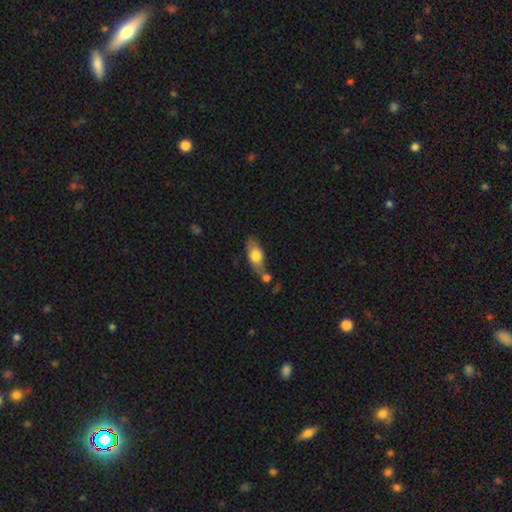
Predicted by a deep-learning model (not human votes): Smooth or featured?
  - smooth: 67% *
  - featured or disk: 27%
  - star or artifact: 7%
How rounded?
  - in between: 77% *
  - cigar-shaped: 17%
  - round: 6%
Merging?
  - none: 50% *
  - merger: 21%
  - minor disturbance: 21%
  - major disturbance: 7%